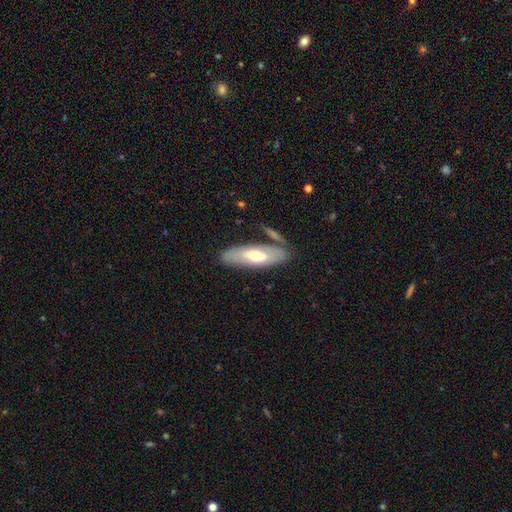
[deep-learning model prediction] Smooth or featured? Predicted: smooth (p=0.51). How rounded? Predicted: in between (p=0.57). Merging? Predicted: none (p=0.66).